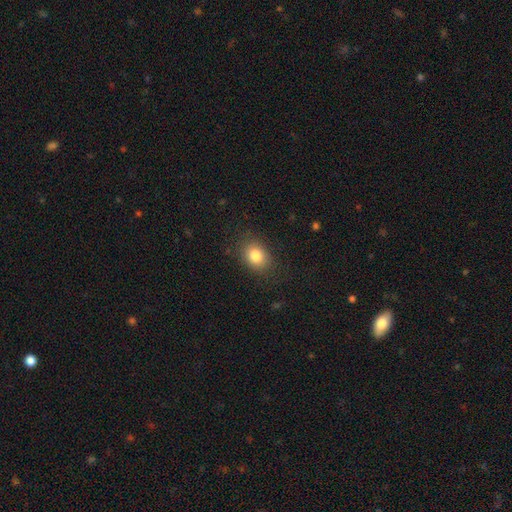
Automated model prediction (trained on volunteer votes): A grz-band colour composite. It shows a smooth galaxy with no disk features (82%) that is in between round and cigar-shaped (62%). Merging: none (84%).